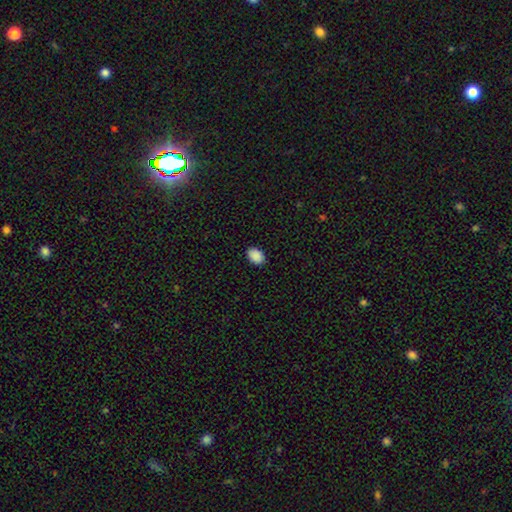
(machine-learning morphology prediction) Overall: smooth (90%). How rounded: in between (81%). Merging: none (89%).